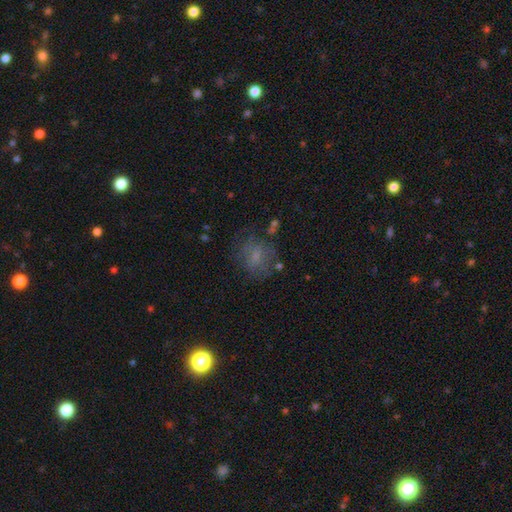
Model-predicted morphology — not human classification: A smooth galaxy with no disk features (56%) that is round (62%). Merging: none (61%).